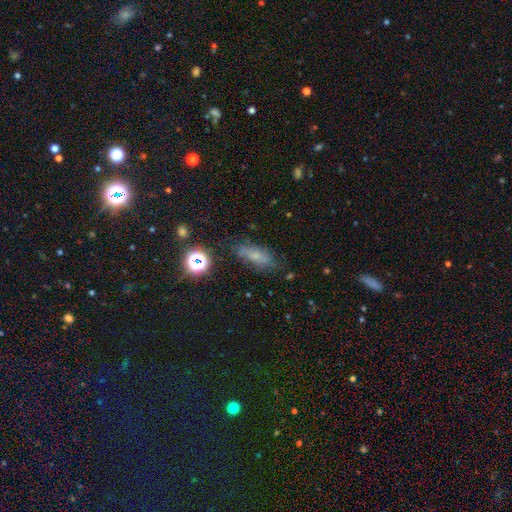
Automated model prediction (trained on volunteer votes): This appears to be a smooth galaxy with no disk features (51%) that is in between round and cigar-shaped (64%). Merging: none (67%).